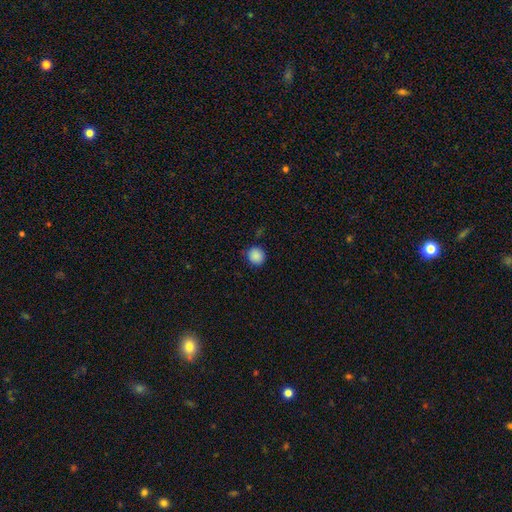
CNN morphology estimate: smooth_or_featured: smooth (p=0.88) [alt: star or artifact p=0.09]
how_rounded: round (p=0.90) [alt: in between p=0.09]
merging: none (p=0.84) [alt: minor disturbance p=0.12]